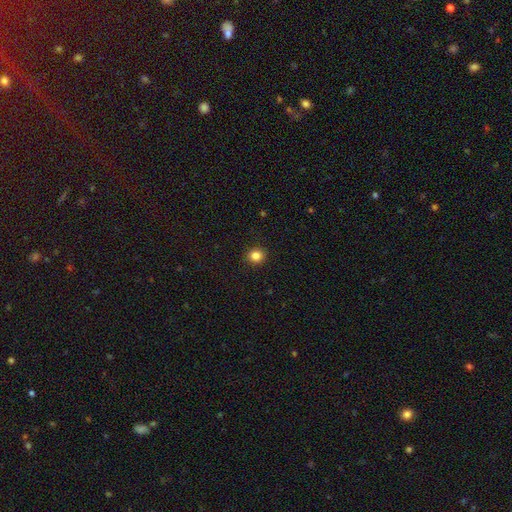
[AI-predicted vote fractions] smooth_or_featured: smooth (p=0.84) [alt: star or artifact p=0.11]
how_rounded: round (p=0.85) [alt: in between p=0.14]
merging: none (p=0.91) [alt: minor disturbance p=0.06]